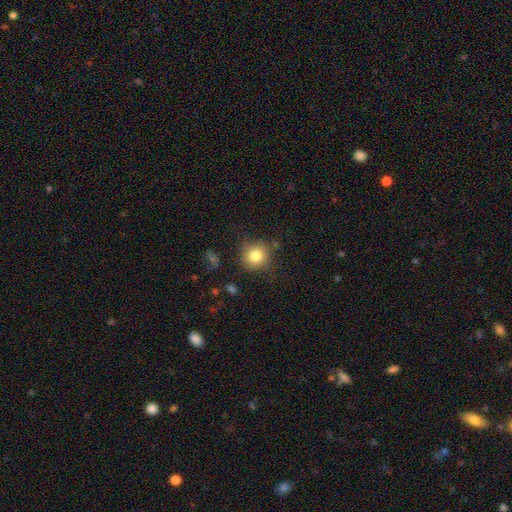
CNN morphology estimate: Q: Smooth or featured?
A: smooth (81%); runner-up: star or artifact (11%)
Q: How rounded?
A: round (90%); runner-up: in between (9%)
Q: Merging?
A: none (82%); runner-up: minor disturbance (12%)